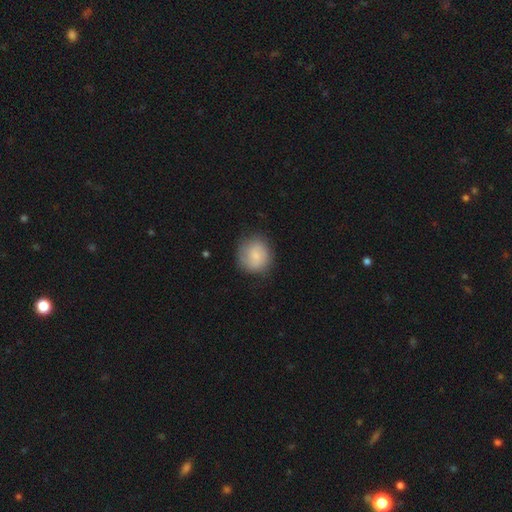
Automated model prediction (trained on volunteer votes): Smooth or featured? smooth (64%)
How rounded? round (85%)
Merging? none (79%)